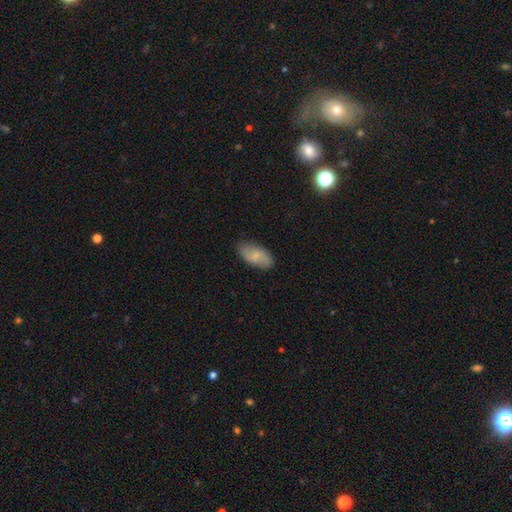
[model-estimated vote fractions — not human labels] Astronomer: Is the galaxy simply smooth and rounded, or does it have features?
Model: smooth — 61%.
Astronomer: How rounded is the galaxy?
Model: in between — 92%.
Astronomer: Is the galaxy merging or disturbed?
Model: none — 83%.